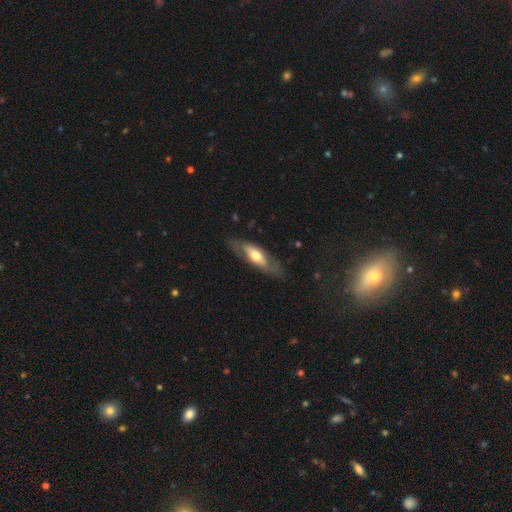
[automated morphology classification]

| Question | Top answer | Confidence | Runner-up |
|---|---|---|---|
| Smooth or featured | featured or disk | 55% | smooth (40%) |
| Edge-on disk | no | 65% | yes (35%) |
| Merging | none | 74% | minor disturbance (17%) |